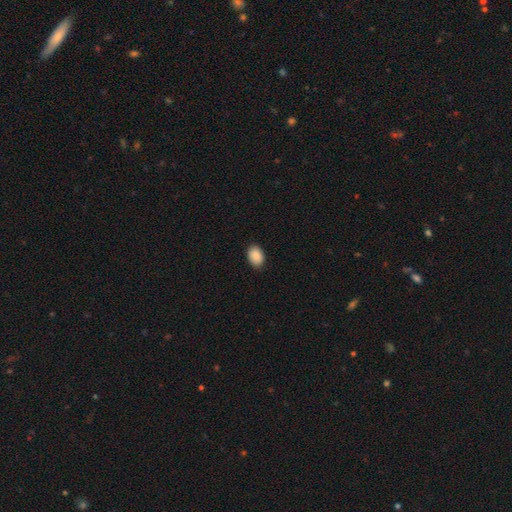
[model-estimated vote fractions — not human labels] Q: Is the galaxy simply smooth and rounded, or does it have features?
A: smooth — 90%.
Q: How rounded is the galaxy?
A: in between — 83%.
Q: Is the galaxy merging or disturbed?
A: none — 88%.